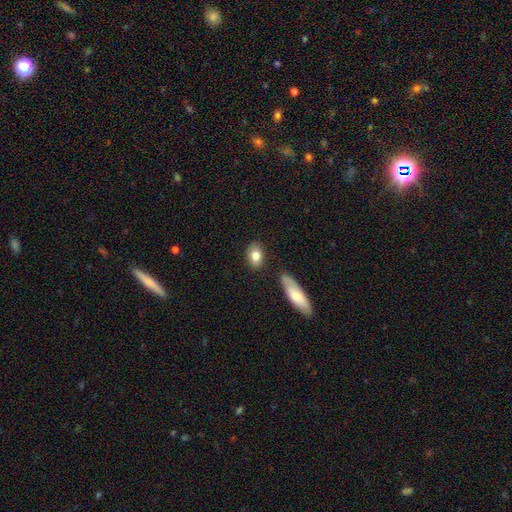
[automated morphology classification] This is clearly a smooth galaxy (80%). How rounded: likely in between (80%). Merging: likely none (79%).